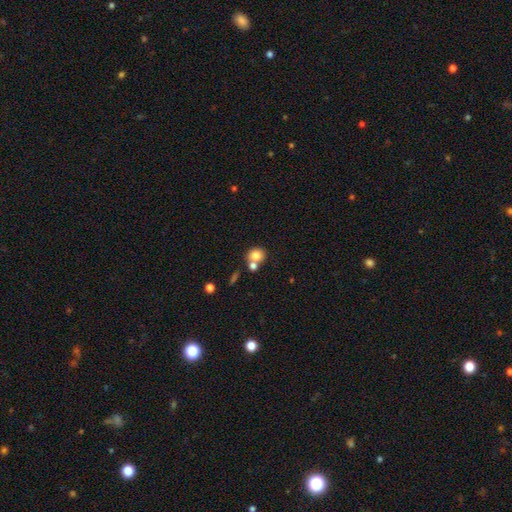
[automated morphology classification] Smooth or featured? smooth (79%)
How rounded? round (80%)
Merging? none (49%)